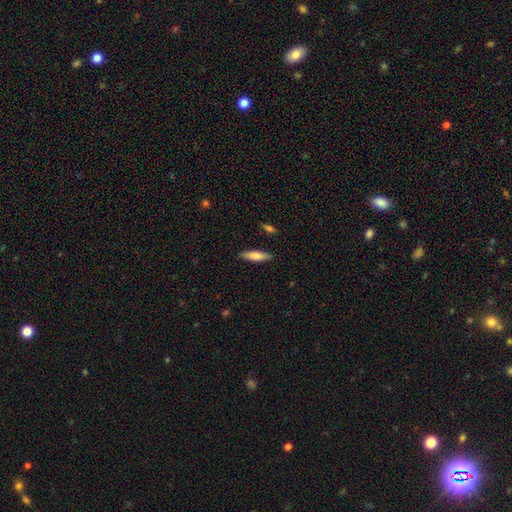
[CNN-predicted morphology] A smooth galaxy with no disk features (74%) that is cigar-shaped (69%).

Vote fractions:
- Smooth or featured? smooth: 74% / featured or disk: 20% / star or artifact: 6%
- How rounded? cigar-shaped: 69% / in between: 29% / round: 2%
- Merging? none: 87% / minor disturbance: 10% / major disturbance: 2% / merger: 2%